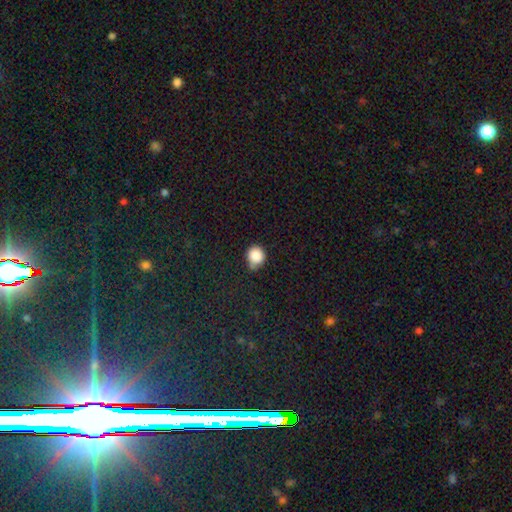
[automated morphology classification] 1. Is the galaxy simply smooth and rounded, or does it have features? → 86% smooth, 9% star or artifact, 4% featured or disk.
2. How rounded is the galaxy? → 82% round, 17% in between, 1% cigar-shaped.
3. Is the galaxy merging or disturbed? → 60% none, 30% minor disturbance, 6% major disturbance, 4% merger.